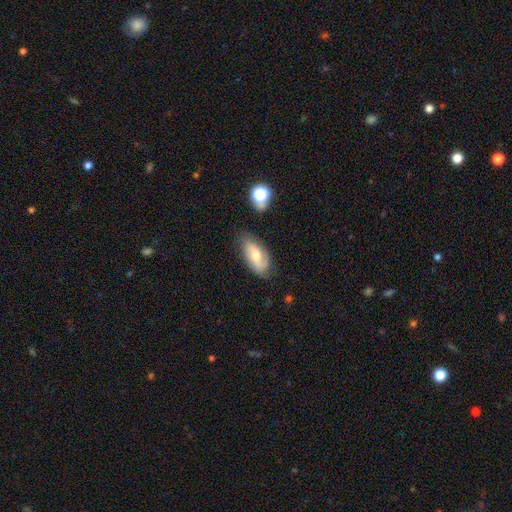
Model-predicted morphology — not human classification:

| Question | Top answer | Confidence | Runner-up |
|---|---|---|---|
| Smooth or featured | smooth | 47% | featured or disk (44%) |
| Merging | none | 67% | minor disturbance (24%) |